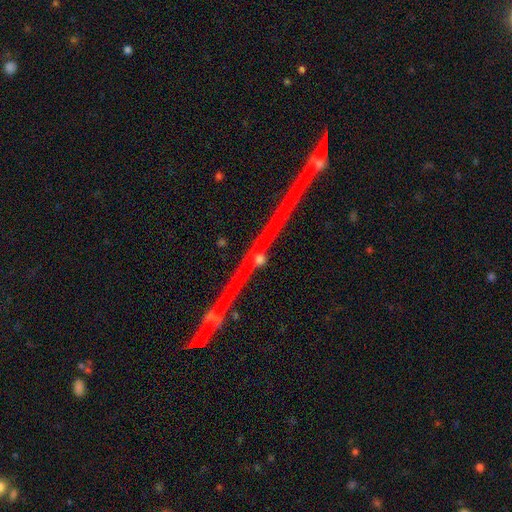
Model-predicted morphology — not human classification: Smooth or featured? Predicted: star or artifact (p=0.60).